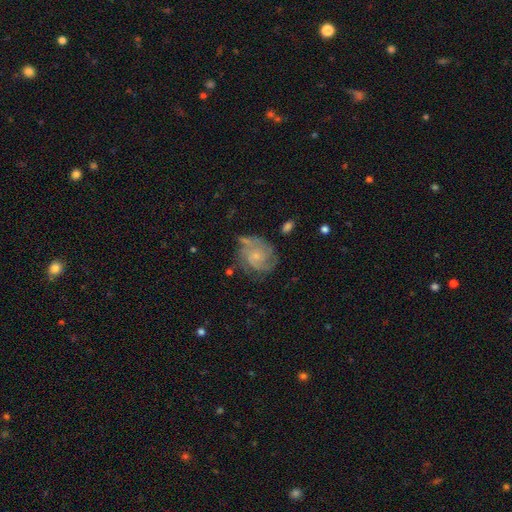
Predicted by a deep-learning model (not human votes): Smooth or featured? featured or disk (80%)
Edge-on disk? no (98%)
Bar? no (71%)
Spiral arms? yes (94%)
Spiral winding? tight (52%)
Spiral arm count? 2 (37%)
Bulge size? small (69%)
Merging? none (61%)